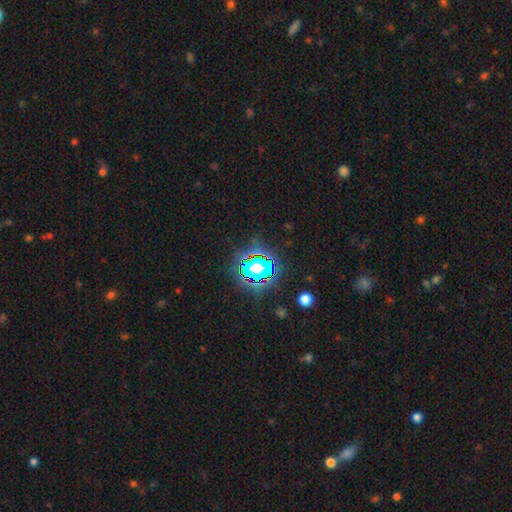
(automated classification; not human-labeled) Overall: star or artifact (80%).